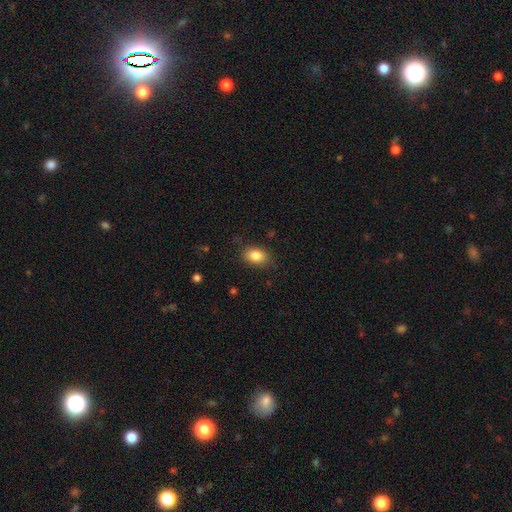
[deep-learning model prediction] Smooth or featured? smooth (86%)
How rounded? in between (82%)
Merging? none (82%)